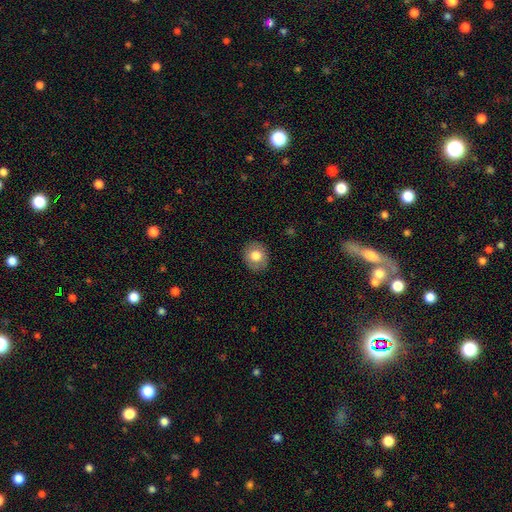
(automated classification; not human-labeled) Smooth or featured? Predicted: smooth (p=0.78). How rounded? Predicted: round (p=0.72). Merging? Predicted: none (p=0.89).